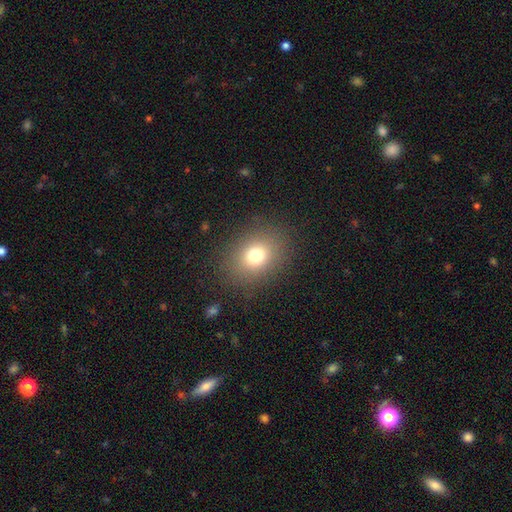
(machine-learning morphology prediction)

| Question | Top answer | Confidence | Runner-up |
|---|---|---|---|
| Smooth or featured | smooth | 74% | star or artifact (15%) |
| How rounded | in between | 53% | round (46%) |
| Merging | none | 85% | minor disturbance (9%) |